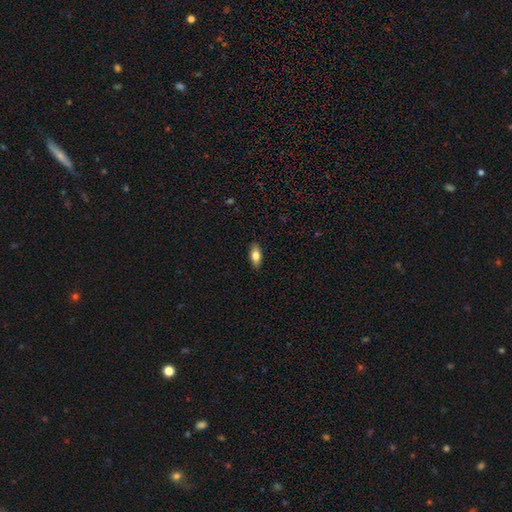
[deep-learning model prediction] Q: Smooth or featured?
A: smooth (79%); runner-up: featured or disk (14%)
Q: How rounded?
A: in between (87%); runner-up: cigar-shaped (10%)
Q: Merging?
A: none (89%); runner-up: minor disturbance (9%)